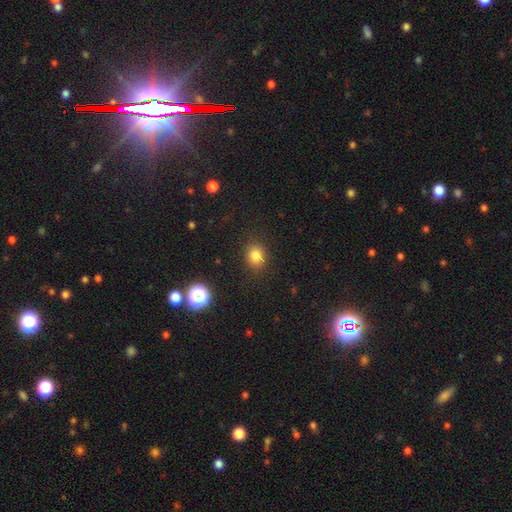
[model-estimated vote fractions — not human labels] This appears to be a smooth galaxy with no disk features (81%) that is round (67%). Merging: none (87%).